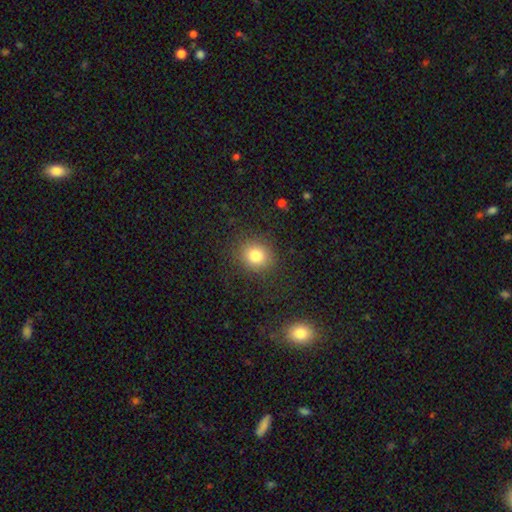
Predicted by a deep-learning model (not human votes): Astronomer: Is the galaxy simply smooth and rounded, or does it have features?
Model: smooth — 80%.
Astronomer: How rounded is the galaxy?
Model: round — 80%.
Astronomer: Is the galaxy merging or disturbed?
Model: none — 86%.